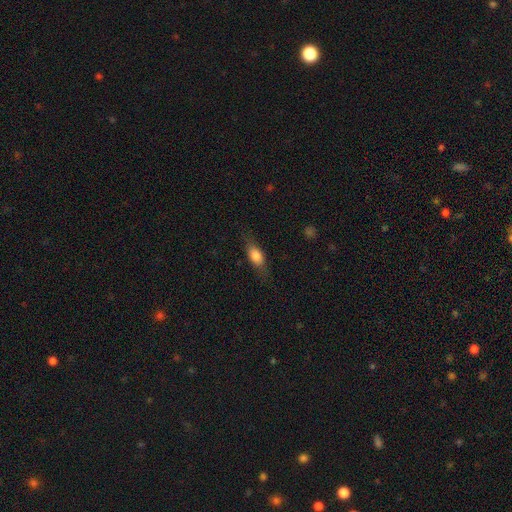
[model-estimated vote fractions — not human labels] The model was most divided on "how rounded": in between: 71%, cigar-shaped: 23%, round: 7%. More confident: merging — none (74%); smooth or featured — smooth (71%).